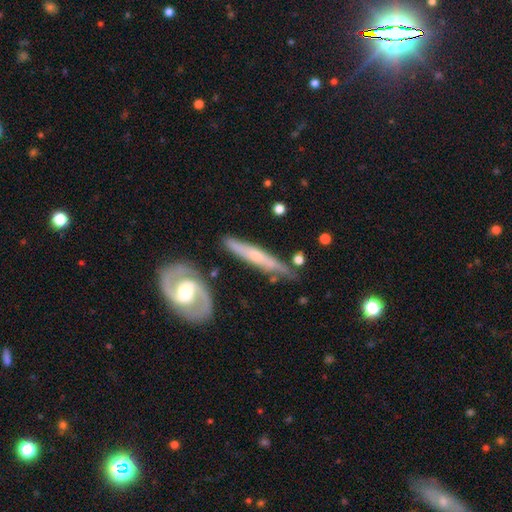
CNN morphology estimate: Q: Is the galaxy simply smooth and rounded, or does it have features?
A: featured or disk — 70%.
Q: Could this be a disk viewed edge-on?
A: yes — 76%.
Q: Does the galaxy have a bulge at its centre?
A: rounded — 65%.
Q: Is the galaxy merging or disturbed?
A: none — 77%.